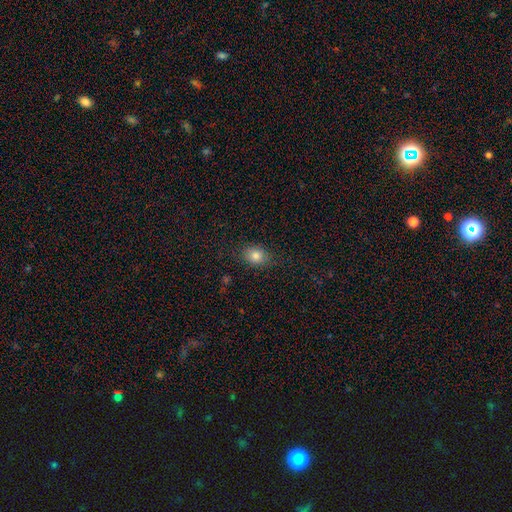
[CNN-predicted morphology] smooth-or-featured: smooth: 82% | star or artifact: 10% | featured or disk: 8%
  how-rounded: in between: 60% | round: 39% | cigar-shaped: 1%
  merging: none: 82% | minor disturbance: 13% | major disturbance: 4% | merger: 1%